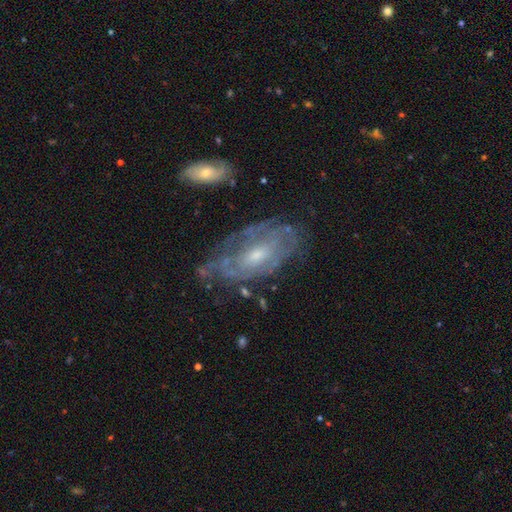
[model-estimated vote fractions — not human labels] Smooth or featured? Predicted: featured or disk (p=0.74). Edge-on disk? Predicted: no (p=0.92). Bar? Predicted: no (p=0.66). Spiral arms? Predicted: yes (p=0.66). Bulge size? Predicted: small (p=0.52). Merging? Predicted: none (p=0.59).